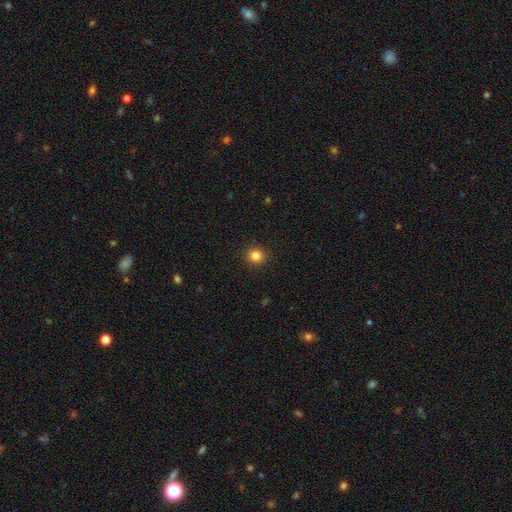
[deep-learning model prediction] Smooth or featured? smooth (84%)
How rounded? round (90%)
Merging? none (92%)